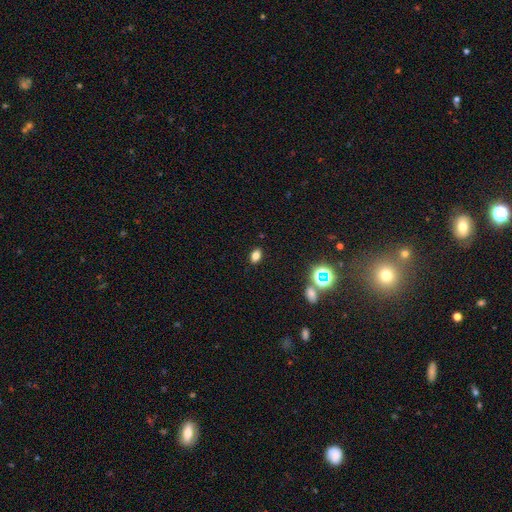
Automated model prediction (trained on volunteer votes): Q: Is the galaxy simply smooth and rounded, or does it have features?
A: smooth — 77%.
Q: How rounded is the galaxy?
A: in between — 85%.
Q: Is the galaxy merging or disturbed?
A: none — 87%.